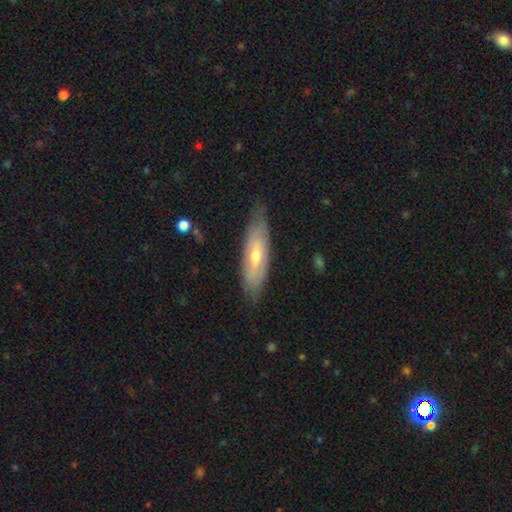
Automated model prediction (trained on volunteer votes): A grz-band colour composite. It shows a featured or disk galaxy (49%). Merging: none (76%).